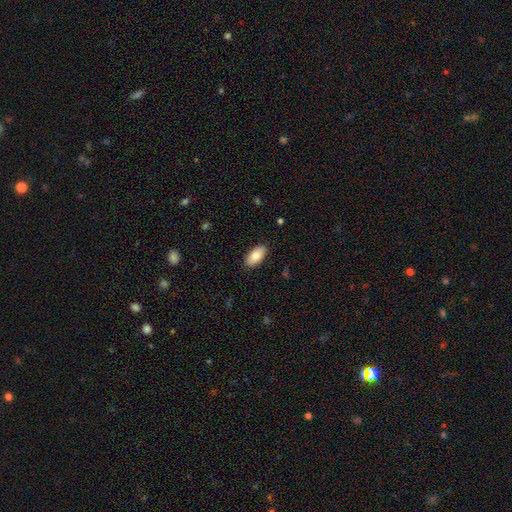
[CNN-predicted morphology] Smooth or featured? smooth (85%)
How rounded? in between (93%)
Merging? none (88%)